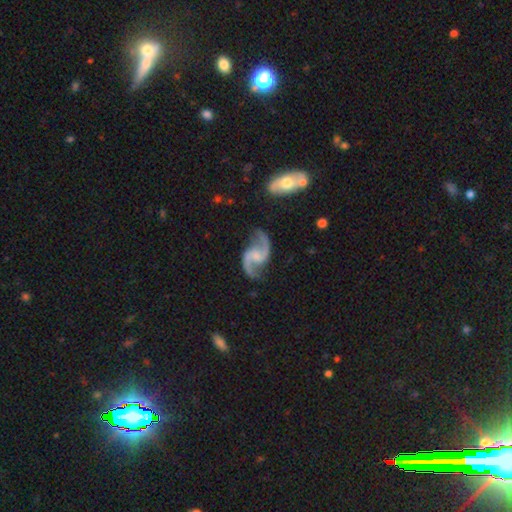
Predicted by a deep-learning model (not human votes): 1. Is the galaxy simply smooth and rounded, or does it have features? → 93% featured or disk, 4% star or artifact, 3% smooth.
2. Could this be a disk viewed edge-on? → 98% no, 2% yes.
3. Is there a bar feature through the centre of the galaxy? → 45% weak, 44% no, 11% strong.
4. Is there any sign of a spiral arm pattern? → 98% yes, 2% no.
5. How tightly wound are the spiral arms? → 61% loose, 34% medium, 5% tight.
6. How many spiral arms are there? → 95% 2, 1% can't tell, 1% 1, 1% 3, 1% 4, 1% more than 4.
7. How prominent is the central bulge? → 42% small, 32% none, 22% moderate, 3% large, 1% dominant.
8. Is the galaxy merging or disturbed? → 79% none, 14% minor disturbance, 5% major disturbance, 2% merger.